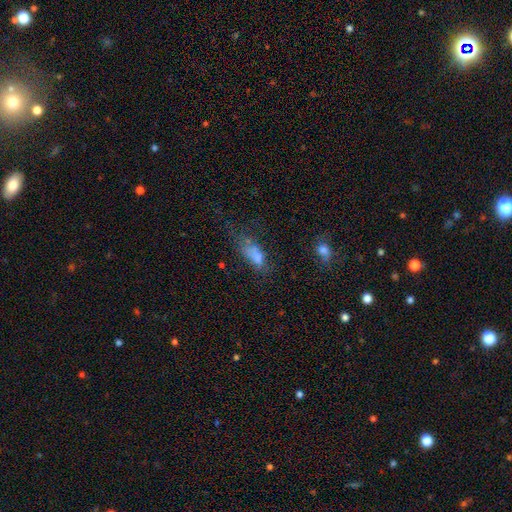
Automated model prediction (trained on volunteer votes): A smooth galaxy with no disk features (64%) that is in between round and cigar-shaped (77%).

Vote fractions:
- Smooth or featured? smooth: 64% / featured or disk: 21% / star or artifact: 15%
- How rounded? in between: 77% / cigar-shaped: 18% / round: 6%
- Merging? major disturbance: 38% / none: 27% / minor disturbance: 22% / merger: 13%